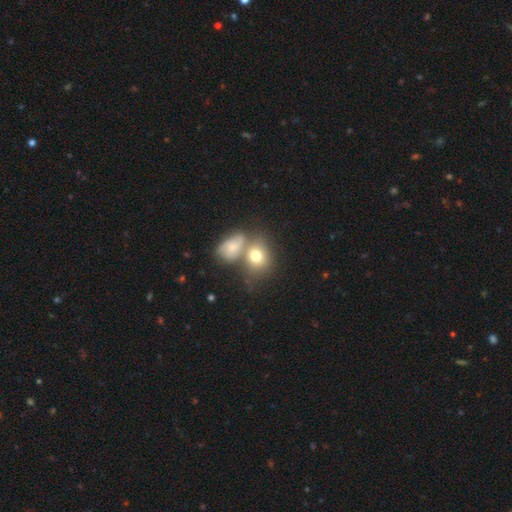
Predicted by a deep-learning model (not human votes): Smooth or featured: smooth — 72% (featured or disk — 19%)
How rounded: round — 52% (in between — 47%)
Merging: merger — 46% (none — 38%)